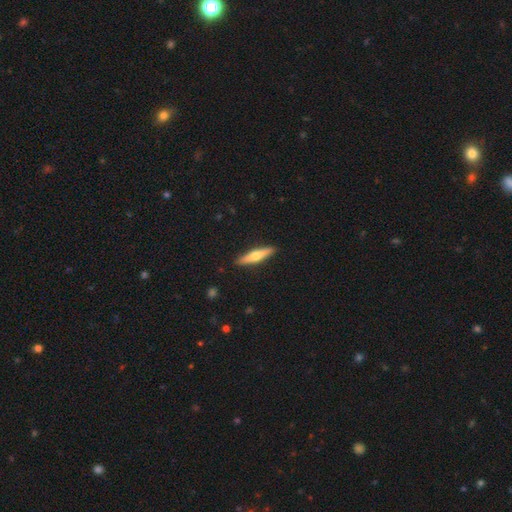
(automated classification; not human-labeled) Morphology: type=smooth (48%); merging=none (91%).